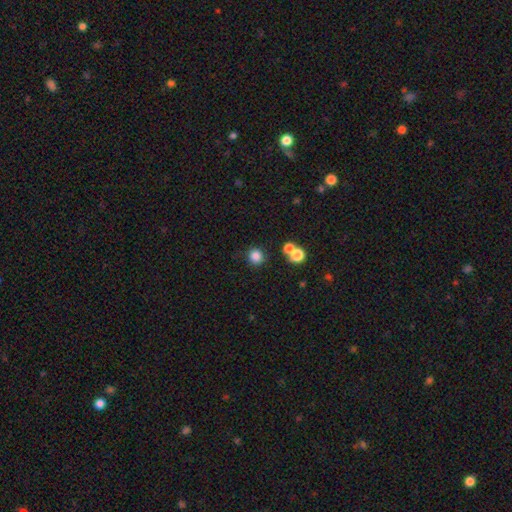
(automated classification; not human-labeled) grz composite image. It shows a smooth galaxy with no disk features (82%) that is round (92%). Merging: none (81%).